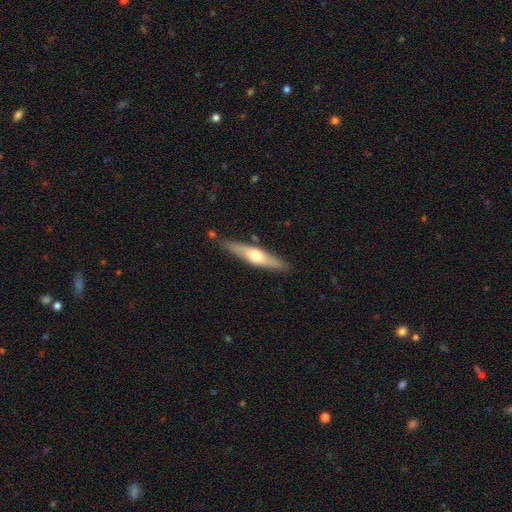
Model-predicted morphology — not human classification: Smooth or featured? Predicted: featured or disk (p=0.52). Edge-on disk? Predicted: yes (p=0.90). Merging? Predicted: none (p=0.84).